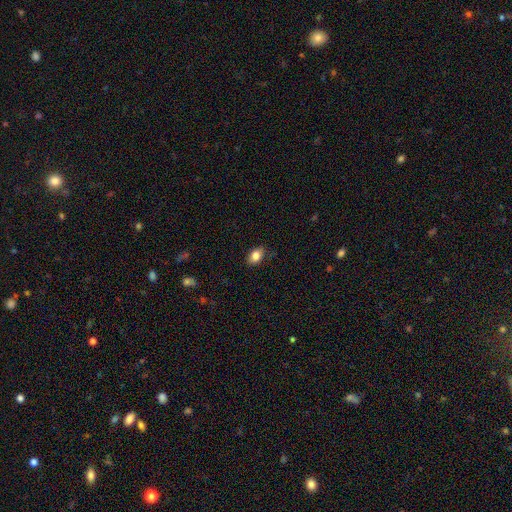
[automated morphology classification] Smooth or featured? smooth (84%)
How rounded? in between (83%)
Merging? none (81%)